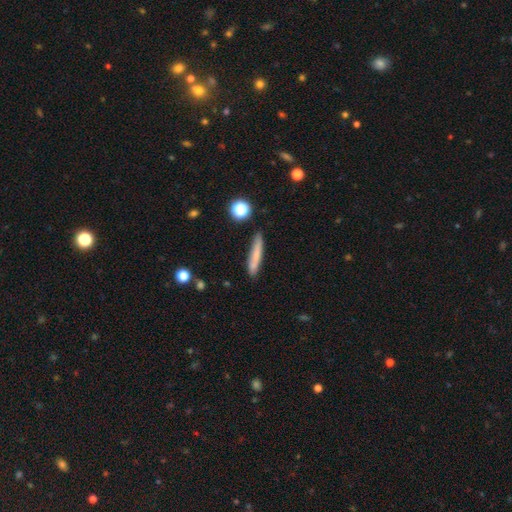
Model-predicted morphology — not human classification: type=smooth (71%); roundness=cigar-shaped (92%); merging=none (83%).